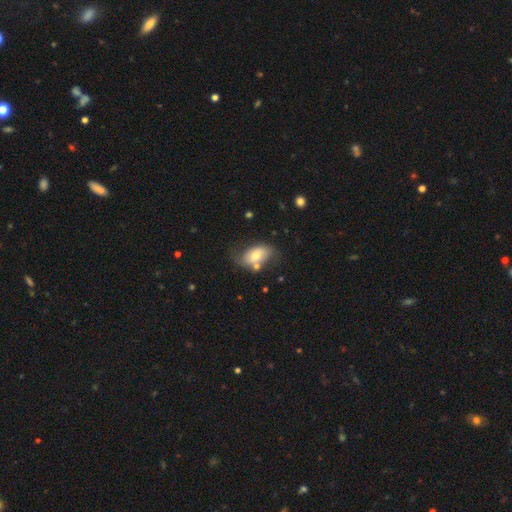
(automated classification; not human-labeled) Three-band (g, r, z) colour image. It shows a smooth galaxy with no disk features (56%) that is in between round and cigar-shaped (89%). Merging: none (53%).